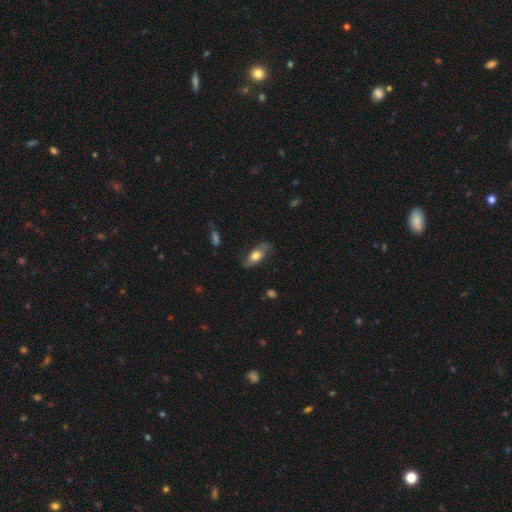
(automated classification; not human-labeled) The model was most divided on "smooth or featured": smooth: 61%, featured or disk: 32%, star or artifact: 6%. More confident: how rounded — in between (81%); merging — none (70%).